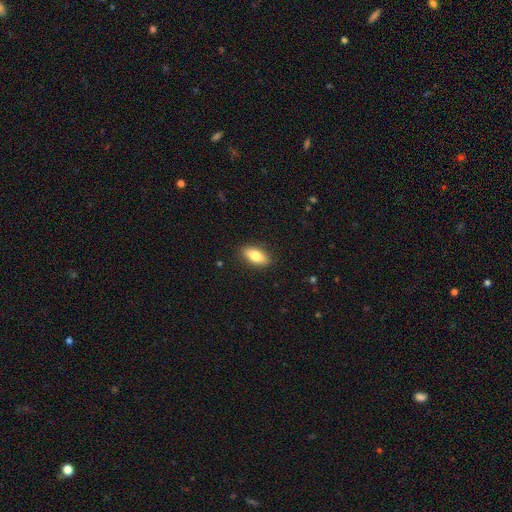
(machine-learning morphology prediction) This is likely a smooth galaxy (78%). How rounded: clearly in between (84%). Merging: clearly none (89%).